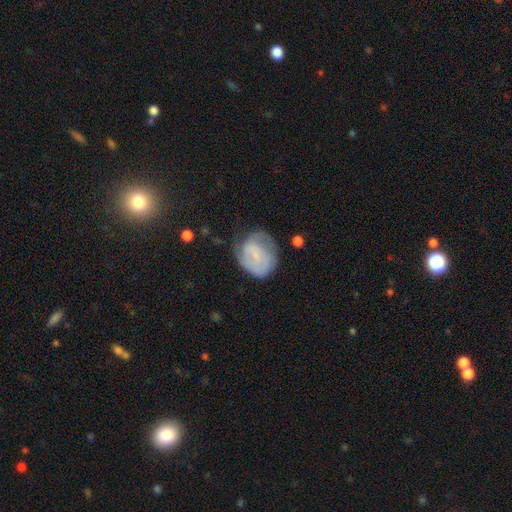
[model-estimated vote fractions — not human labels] A featured or disk galaxy (53%) with no bar (50%), spiral arms (76%) and a small central bulge (56%).

Vote fractions:
- Smooth or featured? featured or disk: 53% / smooth: 39% / star or artifact: 8%
- Edge-on disk? no: 98% / yes: 2%
- Bar? no: 50% / weak: 41% / strong: 10%
- Spiral arms? yes: 76% / no: 24%
- Bulge size? small: 56% / none: 29% / moderate: 13% / large: 2% / dominant: 1%
- Merging? none: 44% / minor disturbance: 31% / major disturbance: 23% / merger: 2%